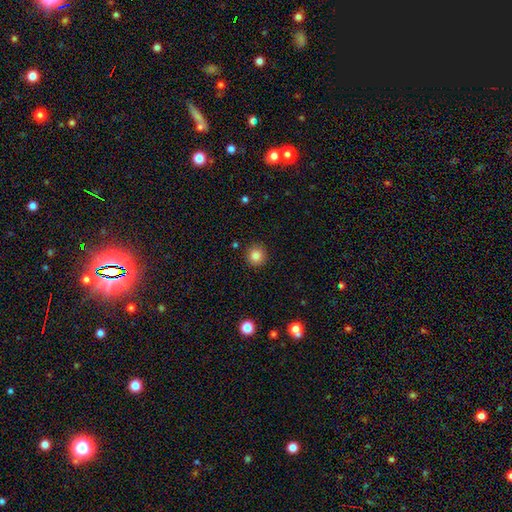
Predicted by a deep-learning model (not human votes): smooth-or-featured: smooth: 85% | star or artifact: 10% | featured or disk: 5%
  how-rounded: round: 94% | in between: 5% | cigar-shaped: 1%
  merging: none: 90% | minor disturbance: 6% | major disturbance: 2% | merger: 1%